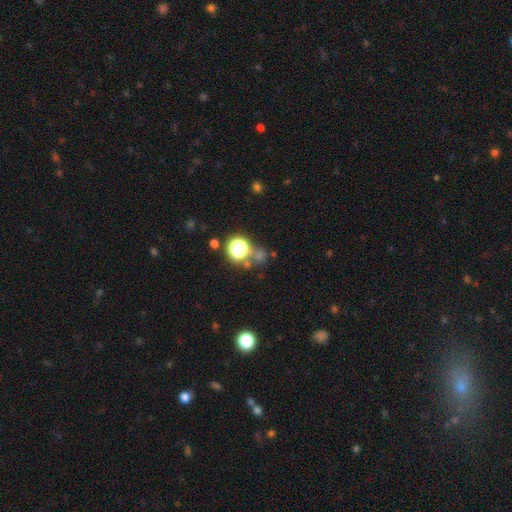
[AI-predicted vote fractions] Q: Smooth or featured?
A: star or artifact (51%); runner-up: smooth (40%)